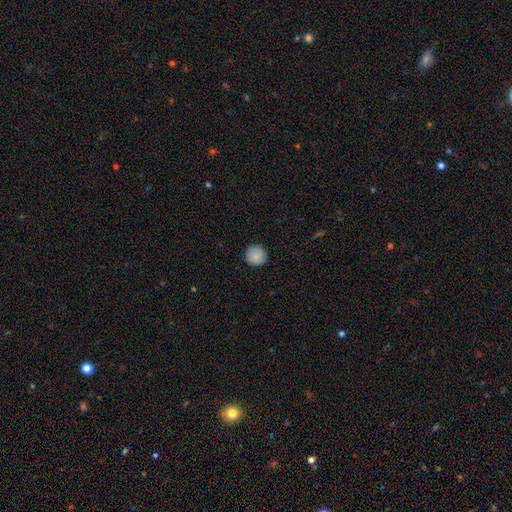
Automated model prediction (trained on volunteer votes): Smooth or featured? smooth (87%)
How rounded? round (95%)
Merging? none (91%)